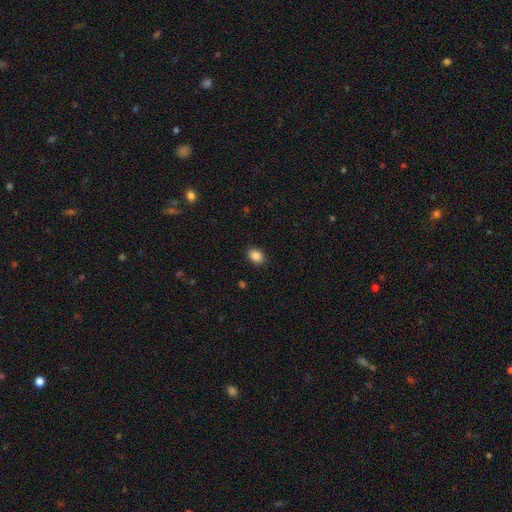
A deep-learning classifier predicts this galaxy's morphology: The model was most divided on "how rounded": in between: 66%, round: 33%, cigar-shaped: 1%. More confident: merging — none (89%); smooth or featured — smooth (88%).